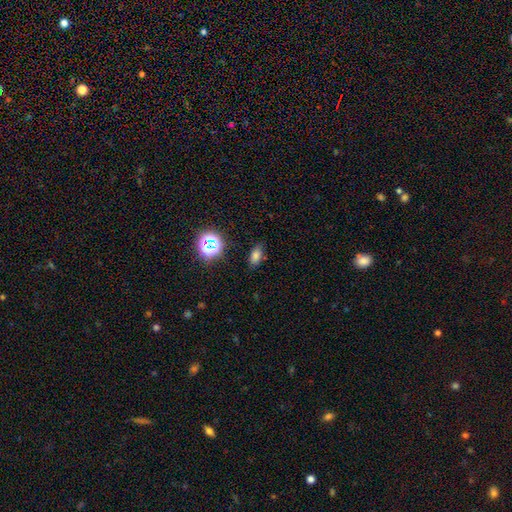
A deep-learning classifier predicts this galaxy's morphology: Overall: smooth (73%). How rounded: in between (84%). Merging: none (82%).